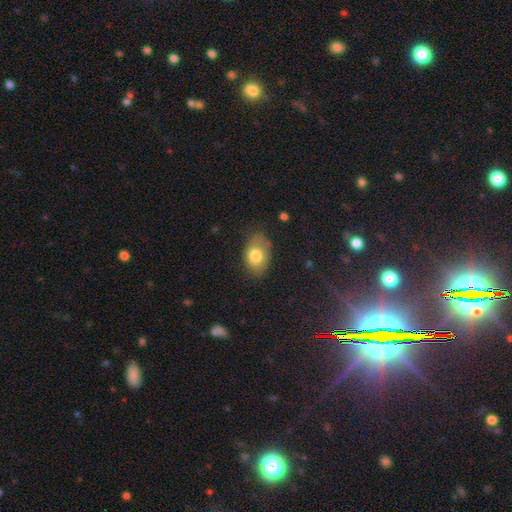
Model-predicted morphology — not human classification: This appears to be a smooth galaxy with no disk features (76%) that is in between round and cigar-shaped (83%). Merging: none (65%).